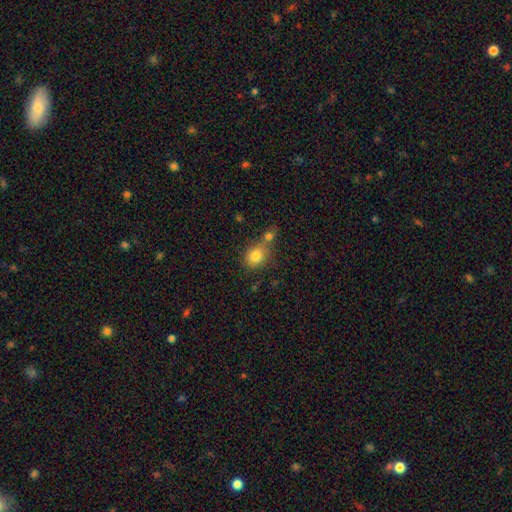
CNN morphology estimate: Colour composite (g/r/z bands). It shows a smooth galaxy with no disk features (80%) that is round (51%). Merging: none (43%).